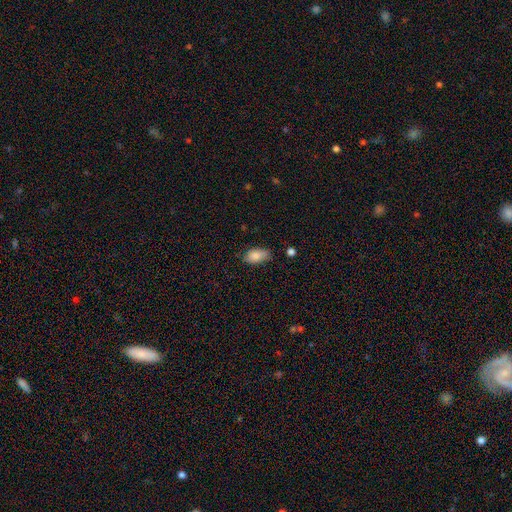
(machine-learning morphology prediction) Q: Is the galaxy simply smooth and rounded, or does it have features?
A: smooth — 83%.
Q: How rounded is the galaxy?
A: in between — 92%.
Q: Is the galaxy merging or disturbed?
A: none — 66%.